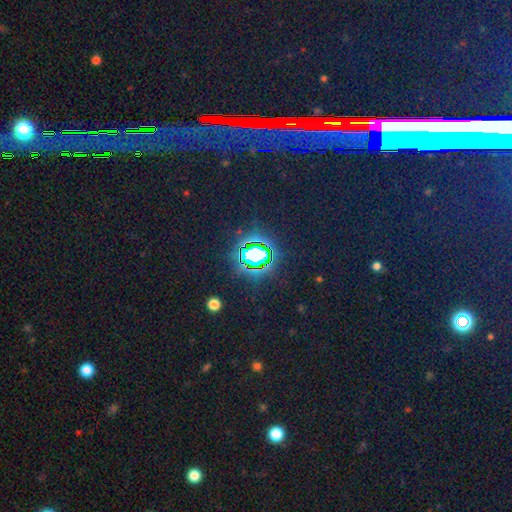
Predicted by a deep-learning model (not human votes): Morphology: type=star or artifact (76%).